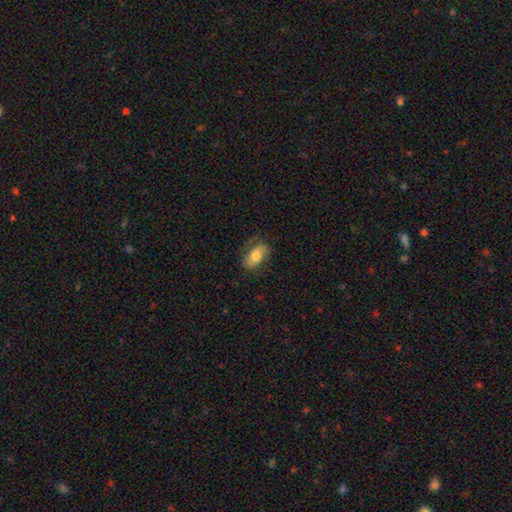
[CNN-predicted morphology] Smooth or featured? Predicted: smooth (p=0.66). How rounded? Predicted: in between (p=0.89). Merging? Predicted: none (p=0.70).